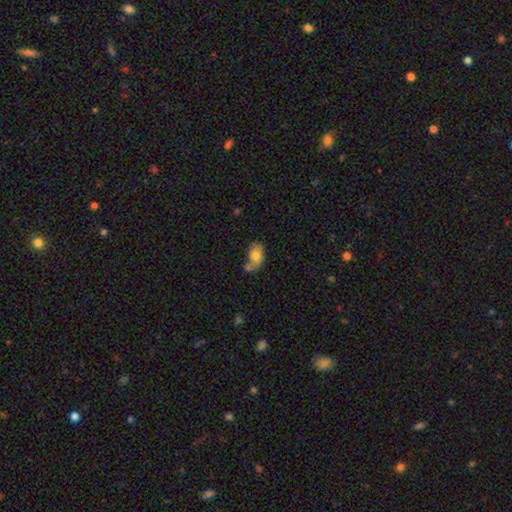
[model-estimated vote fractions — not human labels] Q: Smooth or featured?
A: smooth (75%); runner-up: featured or disk (17%)
Q: How rounded?
A: in between (81%); runner-up: round (18%)
Q: Merging?
A: none (41%); runner-up: merger (29%)